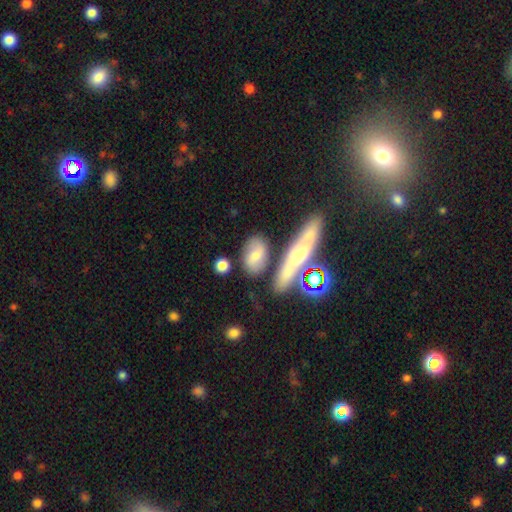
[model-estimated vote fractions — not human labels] Smooth or featured? smooth (62%)
How rounded? in between (77%)
Merging? none (74%)